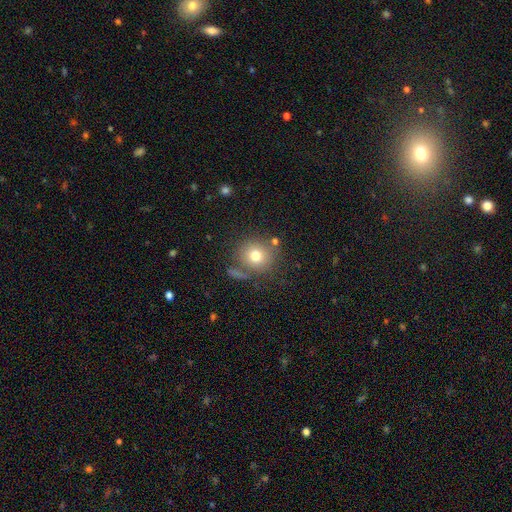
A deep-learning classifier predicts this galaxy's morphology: A smooth galaxy with no disk features (75%) that is round (89%).

Vote fractions:
- Smooth or featured? smooth: 75% / featured or disk: 13% / star or artifact: 12%
- How rounded? round: 89% / in between: 10% / cigar-shaped: 1%
- Merging? none: 74% / minor disturbance: 12% / merger: 9% / major disturbance: 6%